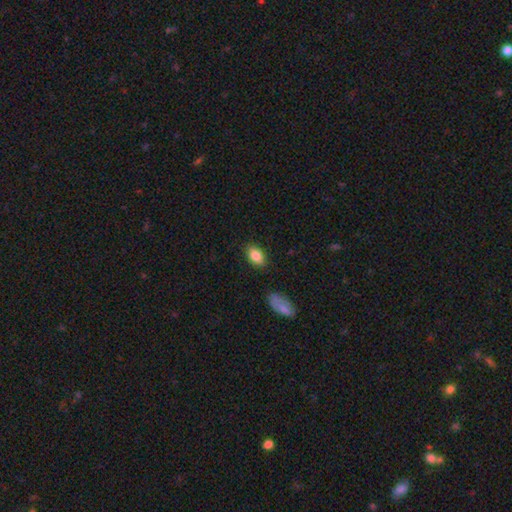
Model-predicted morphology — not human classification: smooth_or_featured: smooth (p=0.85) [alt: featured or disk p=0.07]
how_rounded: in between (p=0.89) [alt: round p=0.08]
merging: none (p=0.86) [alt: minor disturbance p=0.09]